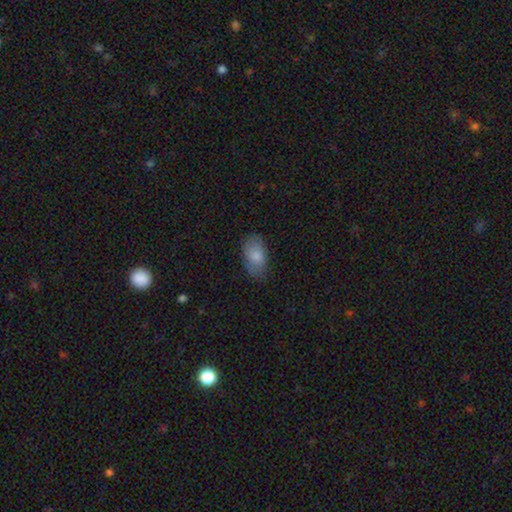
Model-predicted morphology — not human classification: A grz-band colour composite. It shows a smooth galaxy with no disk features (82%) that is in between round and cigar-shaped (93%). Merging: none (72%).